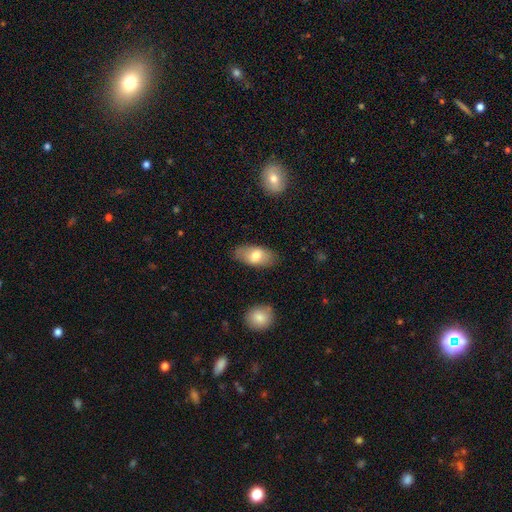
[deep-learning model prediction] smooth_or_featured: smooth (p=0.71) [alt: featured or disk p=0.22]
how_rounded: in between (p=0.91) [alt: cigar-shaped p=0.05]
merging: none (p=0.82) [alt: minor disturbance p=0.13]